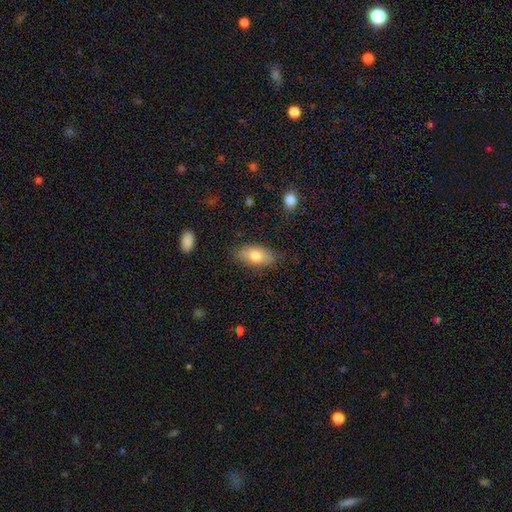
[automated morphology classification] type=smooth (76%); roundness=in between (90%); merging=none (78%).